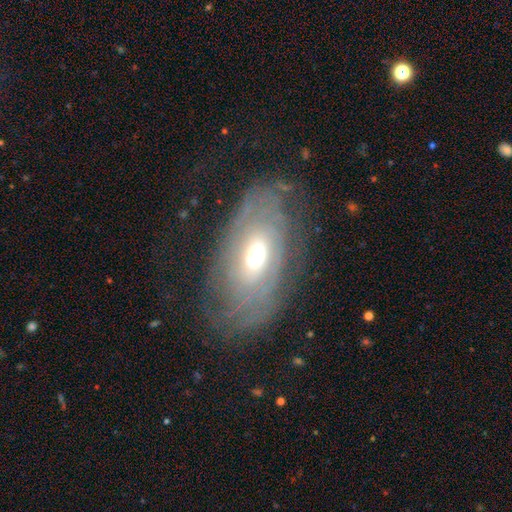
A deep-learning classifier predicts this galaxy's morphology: A featured or disk galaxy (71%) with no bar (68%), spiral arms (72%) and a moderate central bulge (66%).

Vote fractions:
- Smooth or featured? featured or disk: 71% / smooth: 22% / star or artifact: 7%
- Edge-on disk? no: 90% / yes: 10%
- Bar? no: 68% / weak: 24% / strong: 8%
- Spiral arms? yes: 72% / no: 28%
- Bulge size? moderate: 66% / small: 22% / large: 10% / dominant: 1% / none: 1%
- Merging? none: 69% / minor disturbance: 19% / major disturbance: 10% / merger: 2%